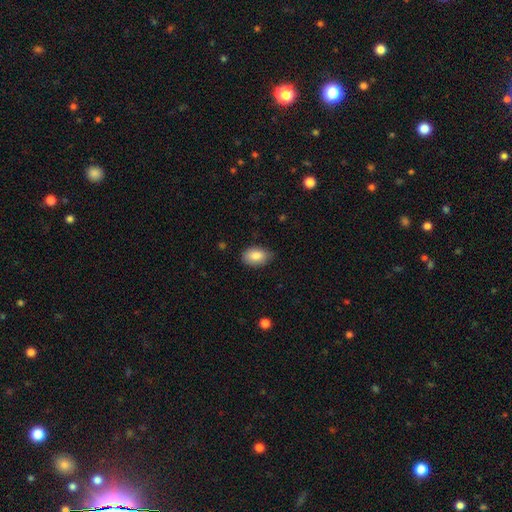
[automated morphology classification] This appears to be a smooth galaxy with no disk features (86%) that is in between round and cigar-shaped (89%). Merging: none (76%).